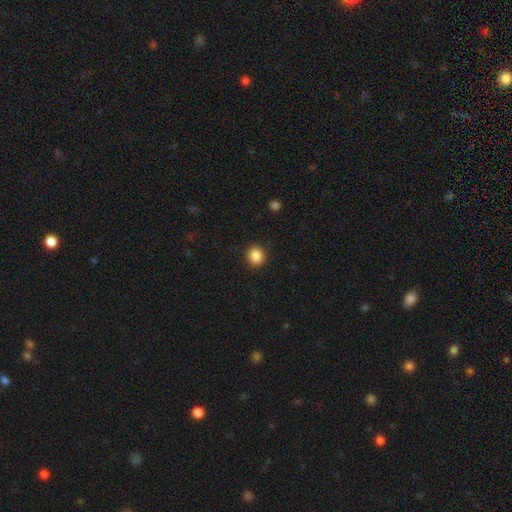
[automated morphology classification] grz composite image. It shows a smooth galaxy with no disk features (87%) that is round (79%). Merging: none (91%).